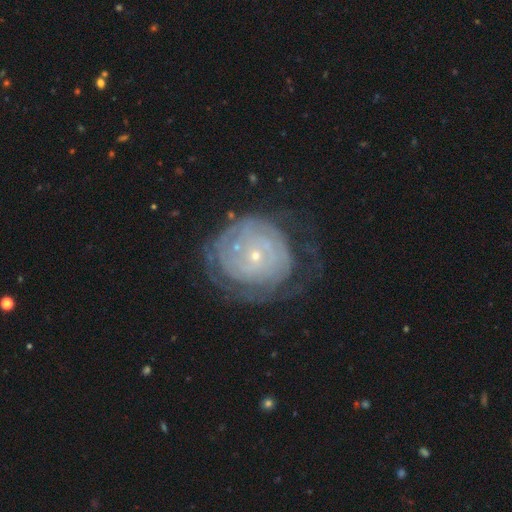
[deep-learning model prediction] featured or disk 79%, smooth 14%, star or artifact 7%. Down the decision tree: edge-on disk — no (97%); bar — no (80%); spiral arms — yes (88%); spiral arm count — can't tell (51%); spiral winding — tight (82%); bulge size — small (86%); merging — none (59%).